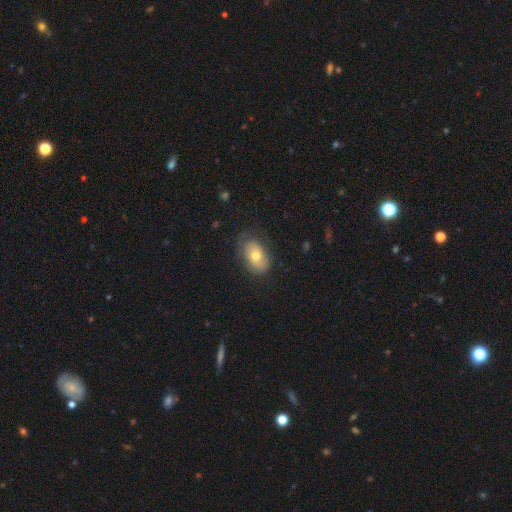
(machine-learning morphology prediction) Overall: smooth (63%; featured or disk 30%). How rounded: in between (86%). Merging: none (66%).